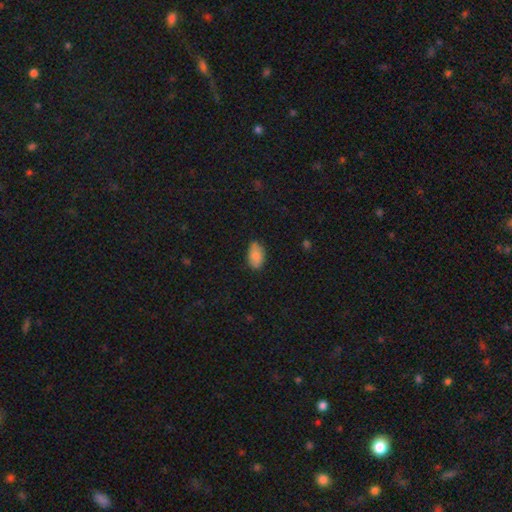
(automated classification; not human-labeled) Smooth or featured?
  - smooth: 86% *
  - star or artifact: 7%
  - featured or disk: 7%
How rounded?
  - in between: 92% *
  - round: 6%
  - cigar-shaped: 2%
Merging?
  - none: 73% *
  - minor disturbance: 22%
  - major disturbance: 4%
  - merger: 1%